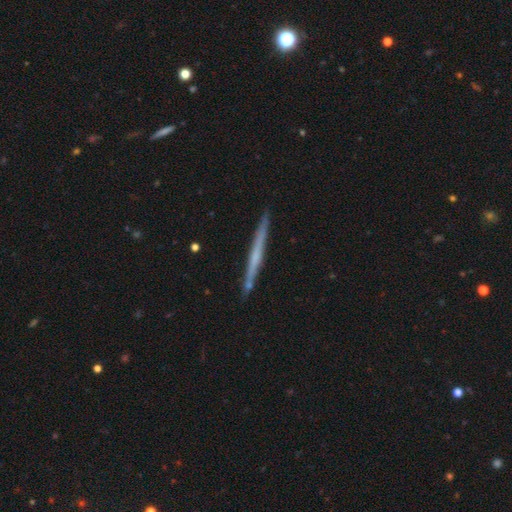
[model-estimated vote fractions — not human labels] A featured or disk galaxy (59%) viewed edge-on (98%) with no central bulge (75%). Merging: none (89%).